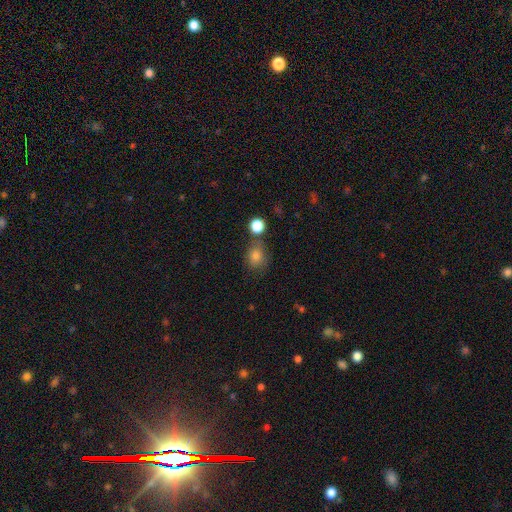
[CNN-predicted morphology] This appears to be a smooth galaxy with no disk features (80%) that is round (64%). Merging: none (68%).